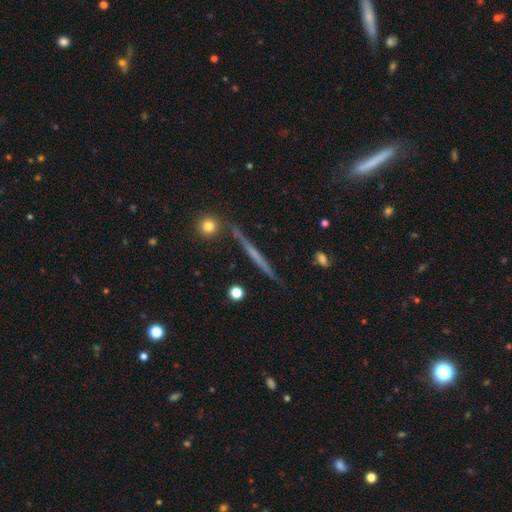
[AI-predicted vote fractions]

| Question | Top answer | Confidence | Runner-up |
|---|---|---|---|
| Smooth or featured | featured or disk | 63% | smooth (30%) |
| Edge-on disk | yes | 97% | no (3%) |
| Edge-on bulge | none | 80% | rounded (13%) |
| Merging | none | 87% | minor disturbance (9%) |